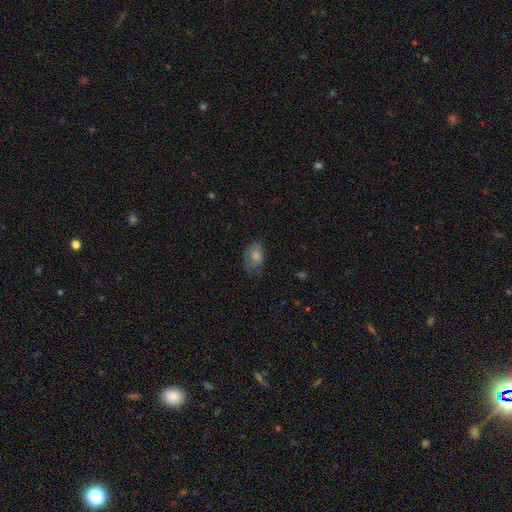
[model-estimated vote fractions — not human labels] Q: Smooth or featured?
A: smooth (52%); runner-up: featured or disk (36%)
Q: How rounded?
A: in between (80%); runner-up: round (18%)
Q: Merging?
A: none (63%); runner-up: minor disturbance (25%)